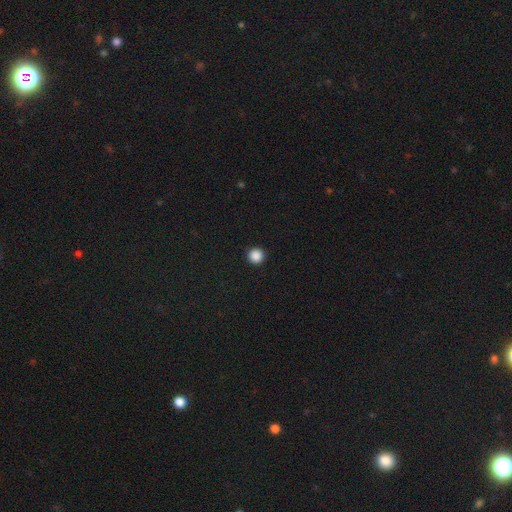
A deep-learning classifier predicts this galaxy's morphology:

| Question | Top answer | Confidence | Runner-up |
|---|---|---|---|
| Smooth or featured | smooth | 88% | star or artifact (10%) |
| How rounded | round | 96% | in between (3%) |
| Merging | none | 93% | minor disturbance (4%) |